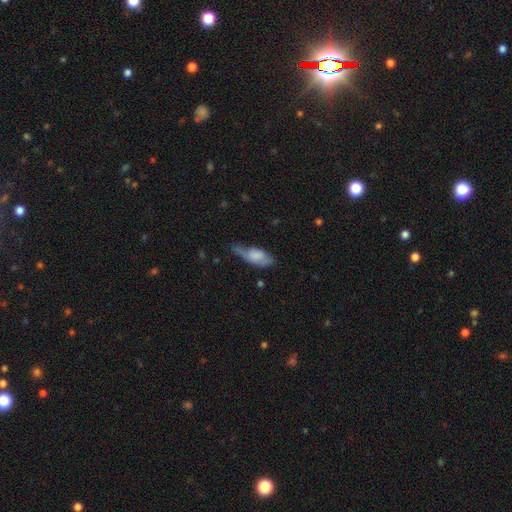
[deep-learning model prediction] Smooth or featured?
  - smooth: 66% *
  - featured or disk: 27%
  - star or artifact: 7%
How rounded?
  - in between: 80% *
  - cigar-shaped: 17%
  - round: 3%
Merging?
  - minor disturbance: 42% *
  - none: 32%
  - major disturbance: 23%
  - merger: 4%